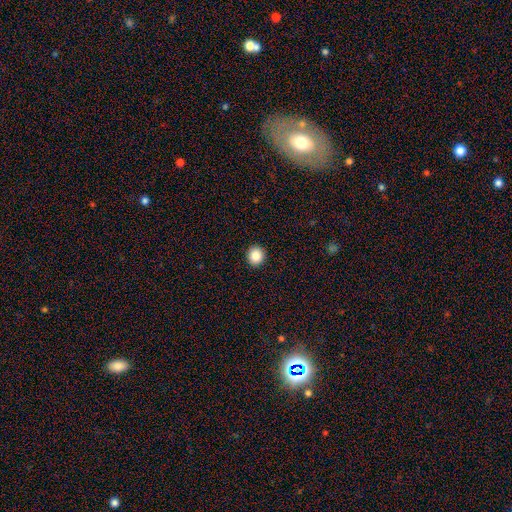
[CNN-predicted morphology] This is clearly a smooth galaxy (86%). How rounded: clearly round (87%). Merging: clearly none (93%).